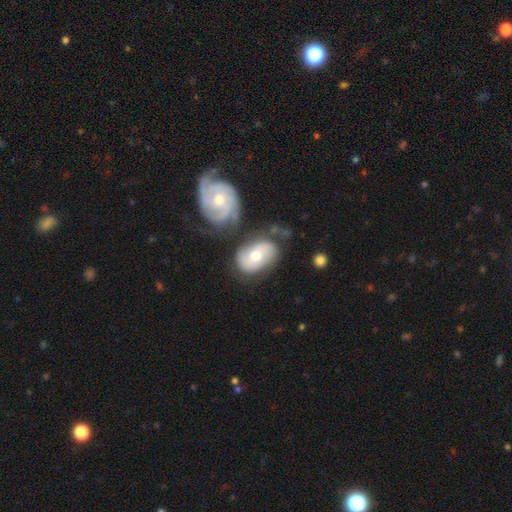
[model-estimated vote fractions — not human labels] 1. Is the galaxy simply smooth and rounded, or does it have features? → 53% featured or disk, 41% smooth, 6% star or artifact.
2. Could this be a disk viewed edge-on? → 95% no, 5% yes.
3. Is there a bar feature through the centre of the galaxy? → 63% no, 29% weak, 8% strong.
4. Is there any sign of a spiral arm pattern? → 80% yes, 20% no.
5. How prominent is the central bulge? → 73% moderate, 17% small, 7% large, 1% none, 1% dominant.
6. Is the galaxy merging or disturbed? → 56% none, 20% minor disturbance, 16% merger, 8% major disturbance.